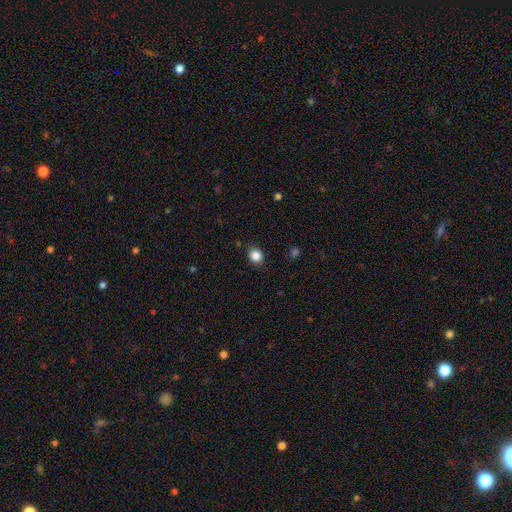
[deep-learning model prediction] Morphology: type=smooth (85%); roundness=round (77%); merging=none (88%).